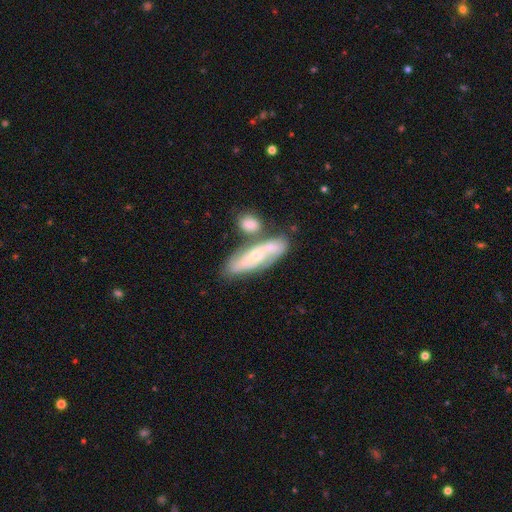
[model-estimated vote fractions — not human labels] This is likely a featured or disk galaxy (62%). It is likely not viewed edge-on (77%). Merging: possibly none (52%).